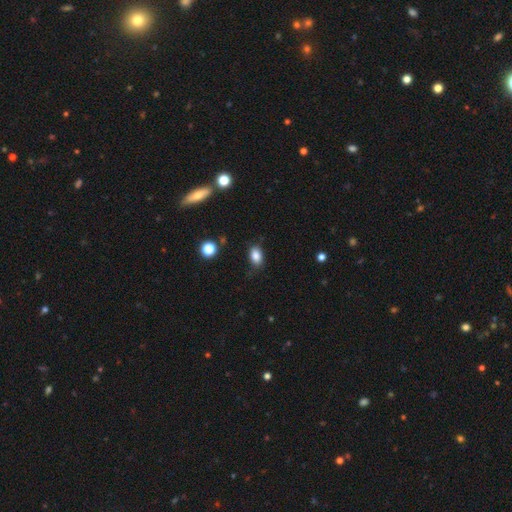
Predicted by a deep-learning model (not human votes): This is clearly a smooth galaxy (85%). How rounded: clearly in between (83%). Merging: clearly none (81%).